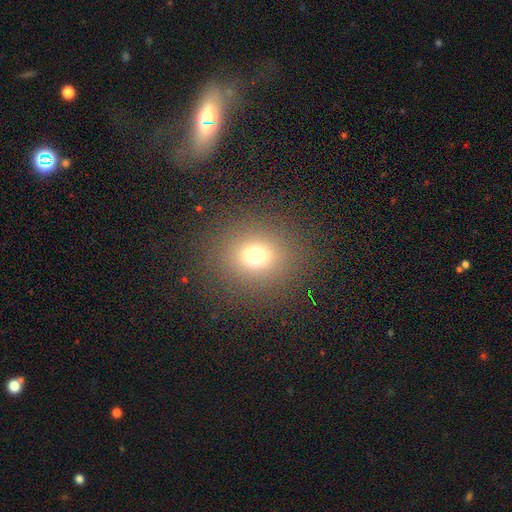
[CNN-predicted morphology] This appears to be a smooth galaxy with no disk features (70%) that is round (81%). Merging: none (87%).